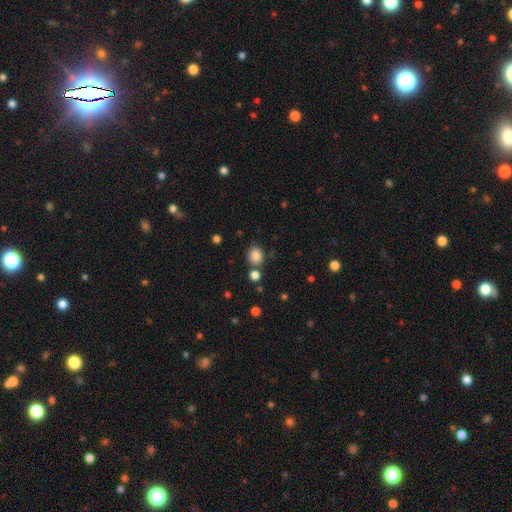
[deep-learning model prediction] The model was most divided on "how rounded": round: 65%, in between: 34%, cigar-shaped: 1%. More confident: smooth or featured — smooth (85%); merging — none (73%).